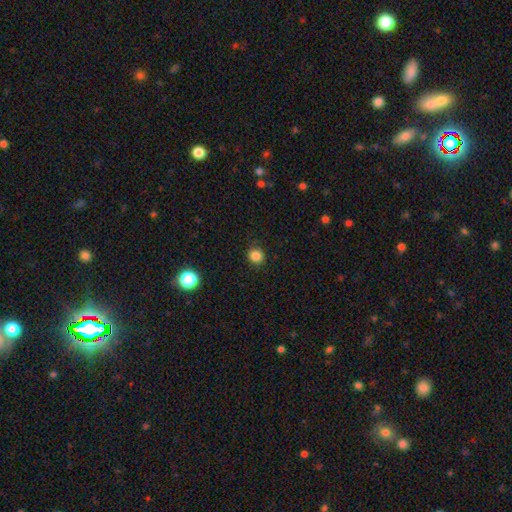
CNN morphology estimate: Smooth or featured?
  - smooth: 84% *
  - star or artifact: 12%
  - featured or disk: 4%
How rounded?
  - round: 89% *
  - in between: 10%
  - cigar-shaped: 1%
Merging?
  - none: 87% *
  - minor disturbance: 9%
  - major disturbance: 3%
  - merger: 1%